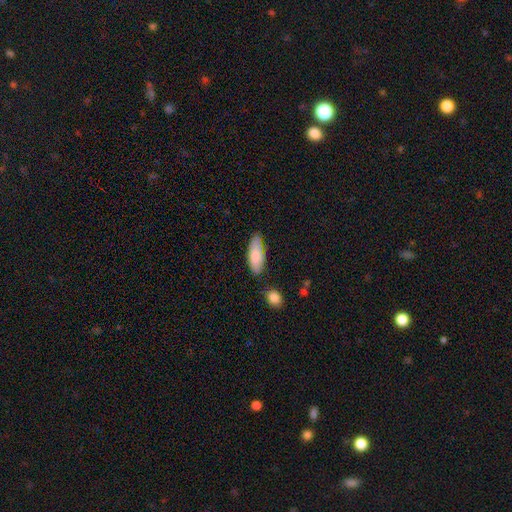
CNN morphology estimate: smooth 84%, featured or disk 10%, star or artifact 6%. Down the decision tree: how rounded — in between (75%); merging — none (69%).